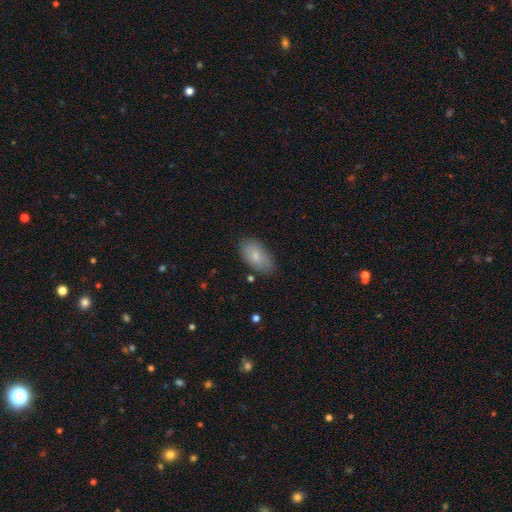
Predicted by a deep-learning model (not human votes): This is clearly a smooth galaxy (80%). How rounded: clearly in between (93%). Merging: likely none (79%).